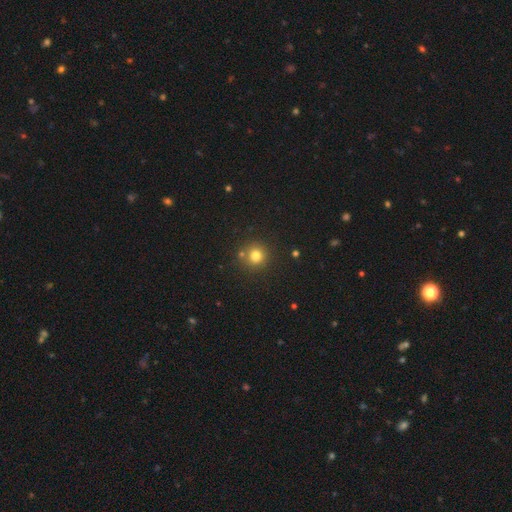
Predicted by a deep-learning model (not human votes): This is likely a smooth galaxy (78%). How rounded: clearly round (94%). Merging: clearly none (82%).